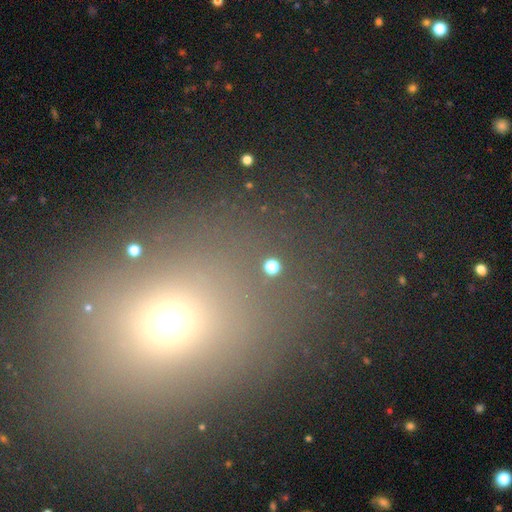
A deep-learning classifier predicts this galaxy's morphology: smooth 57%, star or artifact 33%, featured or disk 10%. Down the decision tree: how rounded — round (57%); merging — none (77%).